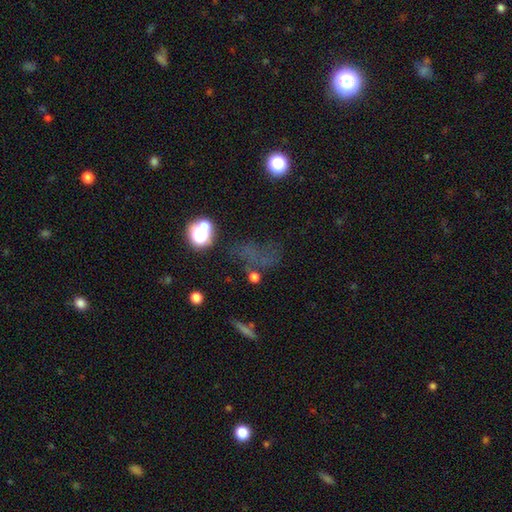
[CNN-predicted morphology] This appears to be a star or artifact, not a galaxy (49%).